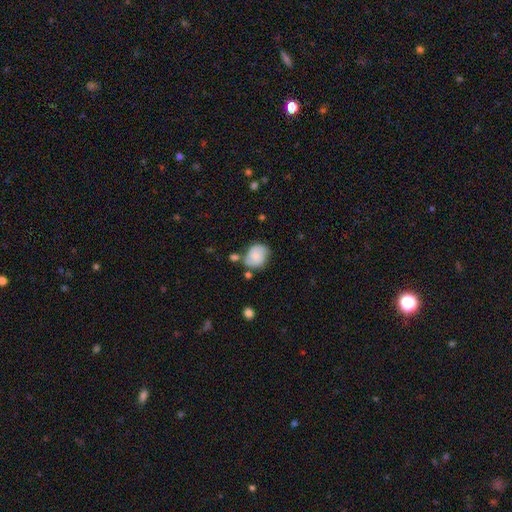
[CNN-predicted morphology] This is likely a smooth galaxy (70%). How rounded: possibly in between (50%). Merging: possibly none (54%).